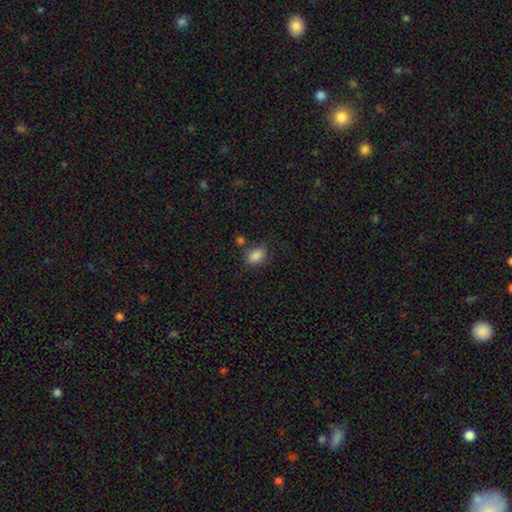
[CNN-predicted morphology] Smooth or featured: smooth — 86% (star or artifact — 9%)
How rounded: in between — 79% (round — 19%)
Merging: none — 67% (minor disturbance — 18%)